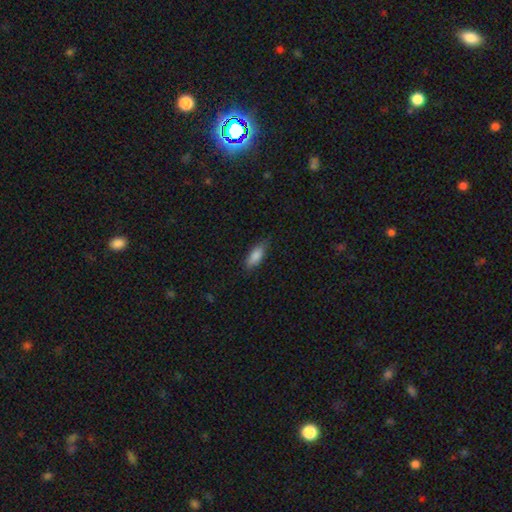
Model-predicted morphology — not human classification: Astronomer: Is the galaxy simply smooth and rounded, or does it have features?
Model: smooth — 84%.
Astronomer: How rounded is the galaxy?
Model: in between — 72%.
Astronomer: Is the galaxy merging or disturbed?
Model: none — 80%.